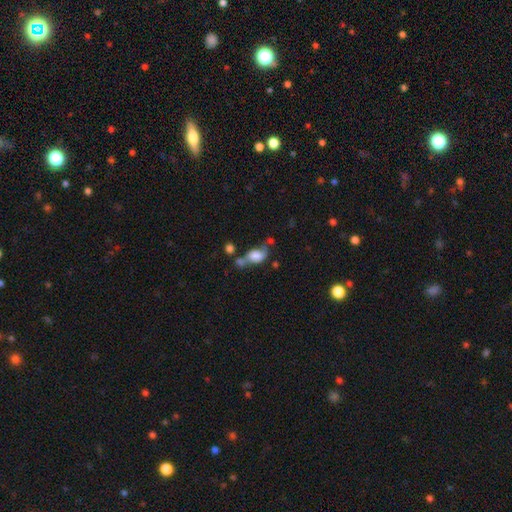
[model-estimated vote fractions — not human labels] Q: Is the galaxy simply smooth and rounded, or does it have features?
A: smooth — 66%.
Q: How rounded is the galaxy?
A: in between — 77%.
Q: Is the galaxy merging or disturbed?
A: merger — 39%.